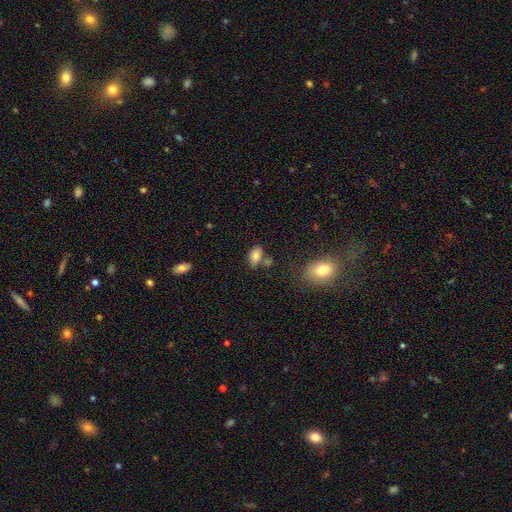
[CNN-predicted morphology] This appears to be a smooth galaxy with no disk features (82%) that is in between round and cigar-shaped (86%). Merging: none (59%).